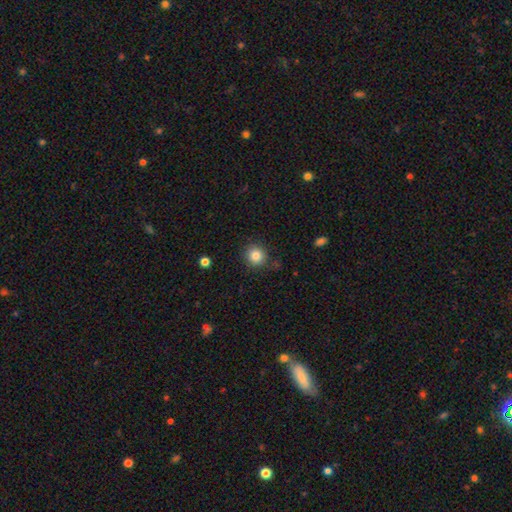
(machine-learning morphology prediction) The model was most divided on "smooth or featured": smooth: 84%, star or artifact: 11%, featured or disk: 6%. More confident: how rounded — round (90%); merging — none (86%).